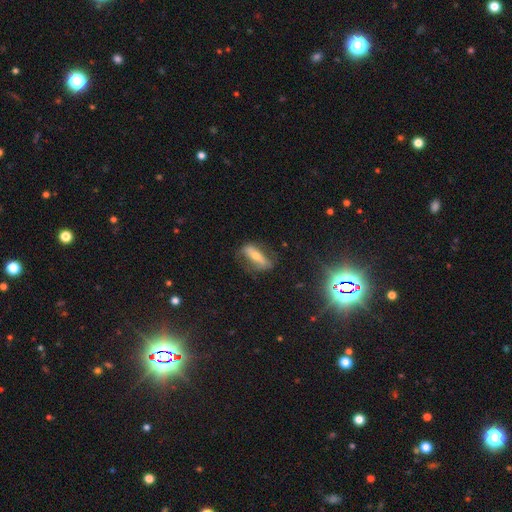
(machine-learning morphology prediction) featured or disk 50%, smooth 34%, star or artifact 16%. Down the decision tree: edge-on disk — no (56%); merging — none (68%).